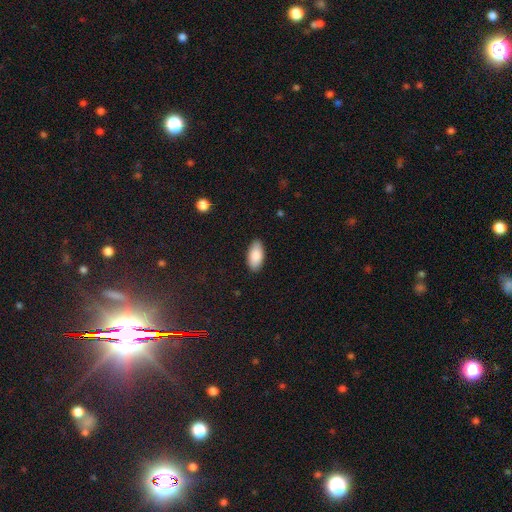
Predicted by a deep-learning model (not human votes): A smooth galaxy with no disk features (87%) that is in between round and cigar-shaped (93%). Merging: none (88%).